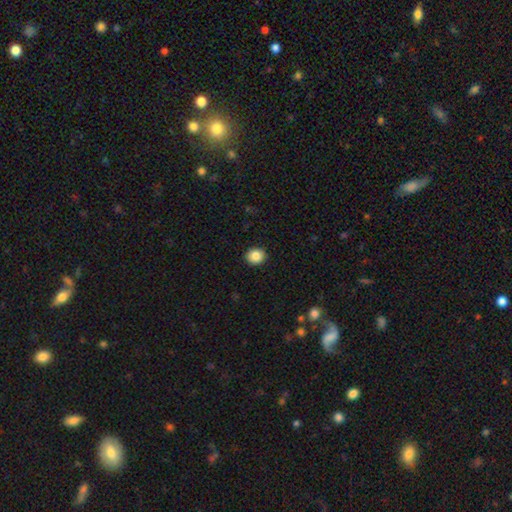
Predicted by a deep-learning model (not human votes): Overall: smooth (85%). How rounded: round (75%). Merging: none (91%).